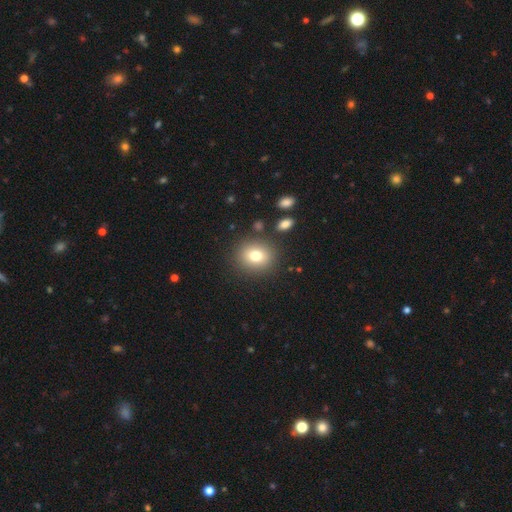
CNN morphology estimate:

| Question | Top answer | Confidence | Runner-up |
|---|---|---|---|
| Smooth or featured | smooth | 77% | star or artifact (12%) |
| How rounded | round | 71% | in between (28%) |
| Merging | none | 86% | minor disturbance (8%) |